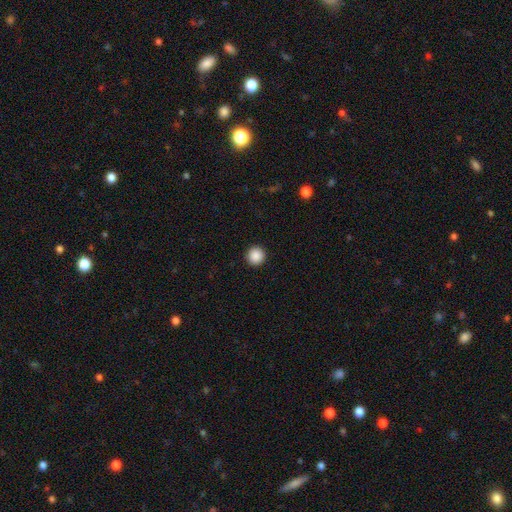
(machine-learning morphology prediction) This is clearly a smooth galaxy (89%). How rounded: clearly round (96%). Merging: clearly none (94%).